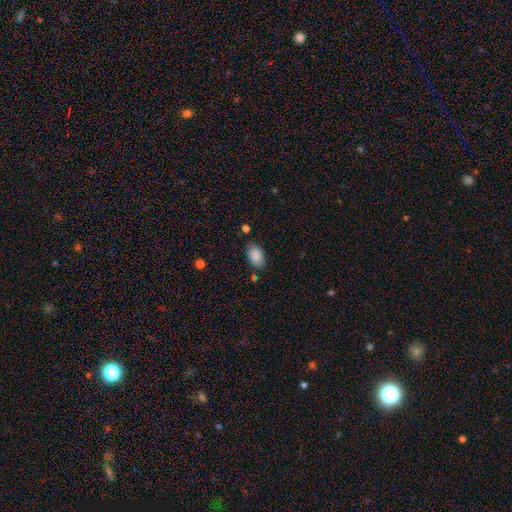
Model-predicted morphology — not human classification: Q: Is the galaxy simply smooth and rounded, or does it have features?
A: smooth — 89%.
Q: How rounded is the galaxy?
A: in between — 92%.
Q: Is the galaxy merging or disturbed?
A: none — 80%.